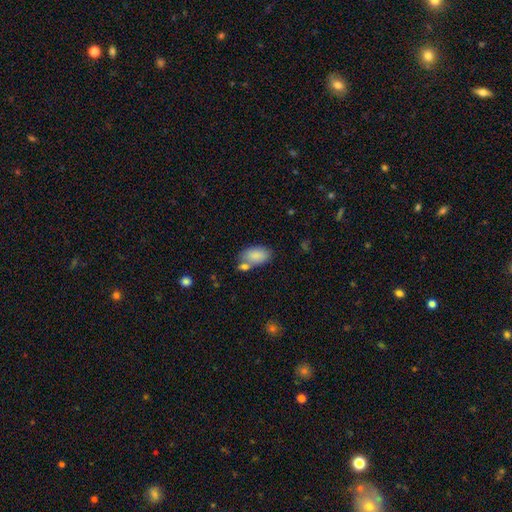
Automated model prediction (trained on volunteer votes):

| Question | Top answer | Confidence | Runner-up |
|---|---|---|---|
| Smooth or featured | smooth | 85% | featured or disk (8%) |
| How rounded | in between | 93% | round (5%) |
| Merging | none | 54% | merger (24%) |